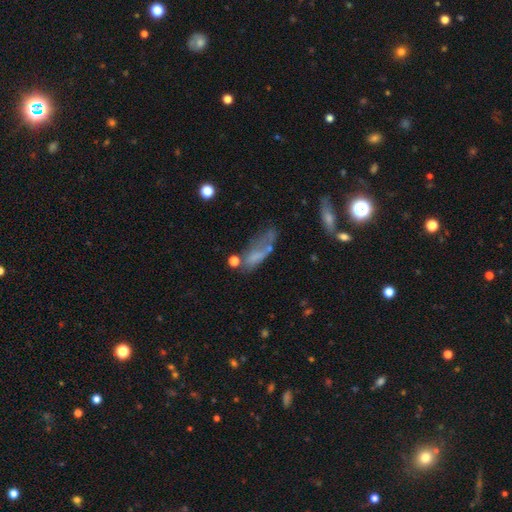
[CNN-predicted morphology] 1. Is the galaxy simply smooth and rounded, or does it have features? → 56% smooth, 31% featured or disk, 13% star or artifact.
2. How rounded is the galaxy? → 62% in between, 34% cigar-shaped, 4% round.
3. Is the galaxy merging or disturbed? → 32% major disturbance, 29% none, 24% minor disturbance, 14% merger.